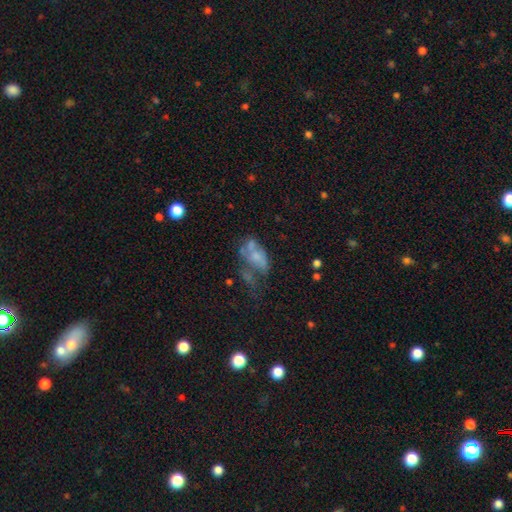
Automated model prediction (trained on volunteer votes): A featured or disk galaxy (48%).

Vote fractions:
- Smooth or featured? featured or disk: 48% / smooth: 39% / star or artifact: 13%
- Merging? major disturbance: 35% / none: 24% / merger: 21% / minor disturbance: 20%